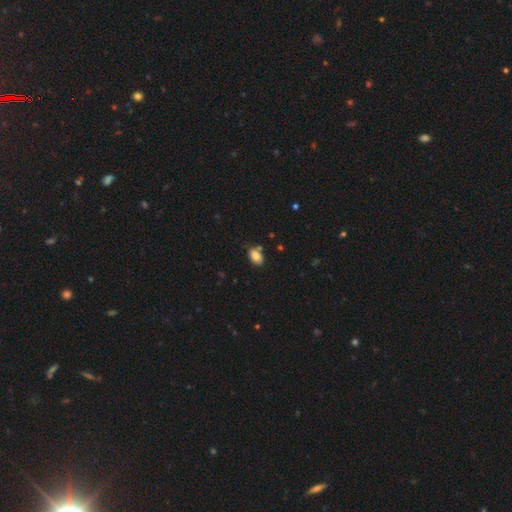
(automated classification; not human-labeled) This is clearly a smooth galaxy (83%). How rounded: clearly in between (87%). Merging: likely none (68%).